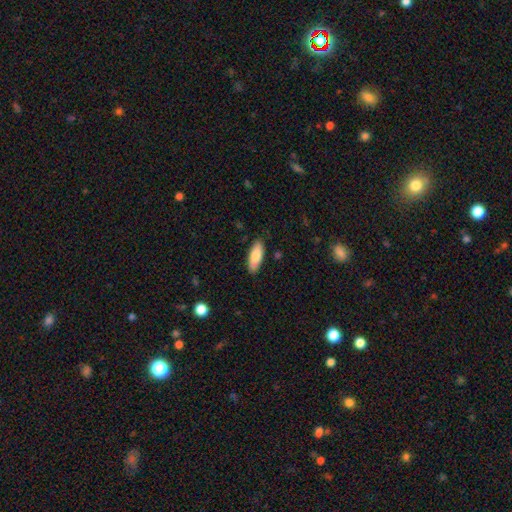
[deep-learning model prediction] smooth 83%, featured or disk 11%, star or artifact 6%. Down the decision tree: how rounded — in between (70%); merging — none (87%).